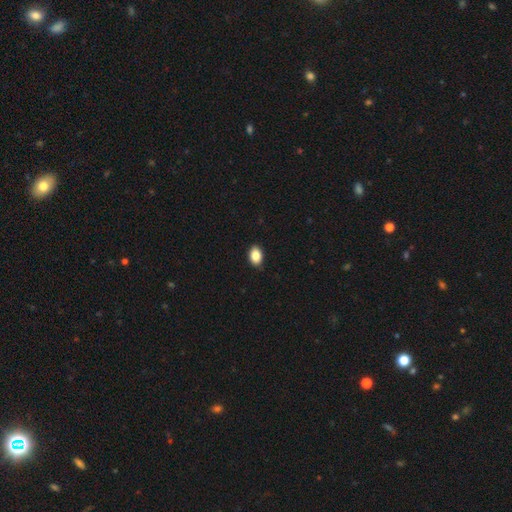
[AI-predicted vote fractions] A smooth galaxy with no disk features (86%) that is in between round and cigar-shaped (85%). Merging: none (88%).